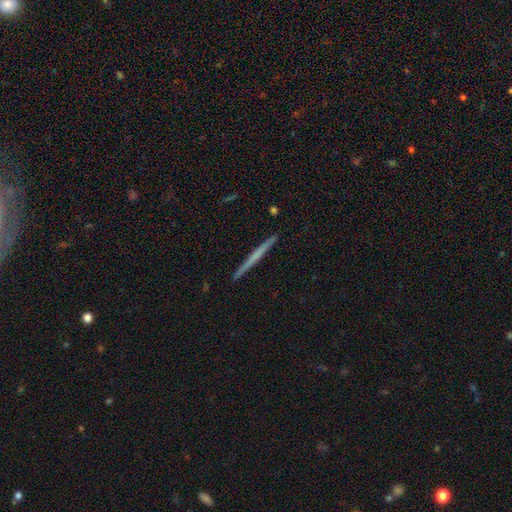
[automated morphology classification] A featured or disk galaxy (54%) viewed edge-on (98%) with no central bulge (84%).

Vote fractions:
- Smooth or featured? featured or disk: 54% / smooth: 41% / star or artifact: 5%
- Edge-on disk? yes: 98% / no: 2%
- Edge-on bulge? none: 84% / rounded: 11% / boxy: 5%
- Merging? none: 93% / minor disturbance: 5% / merger: 1% / major disturbance: 1%